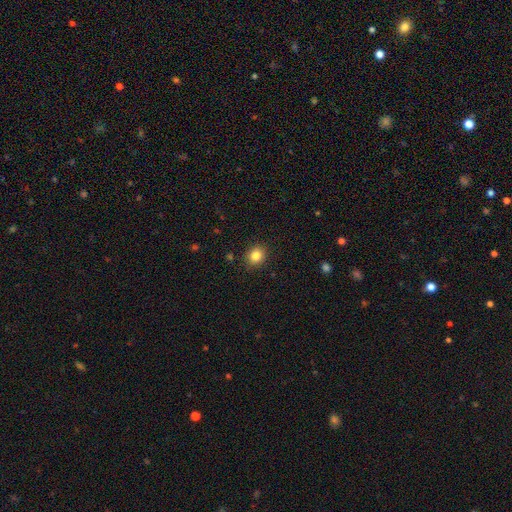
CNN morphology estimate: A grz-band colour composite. It shows a smooth galaxy with no disk features (84%) that is round (73%). Merging: none (89%).